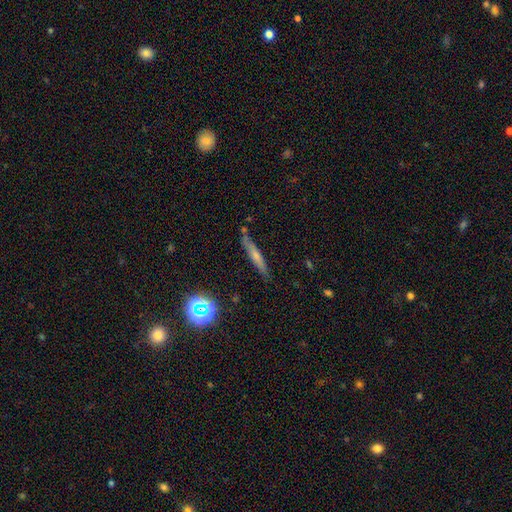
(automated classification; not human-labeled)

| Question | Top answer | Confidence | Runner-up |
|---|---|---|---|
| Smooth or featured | smooth | 52% | featured or disk (37%) |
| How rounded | cigar-shaped | 90% | in between (8%) |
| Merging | none | 78% | minor disturbance (15%) |